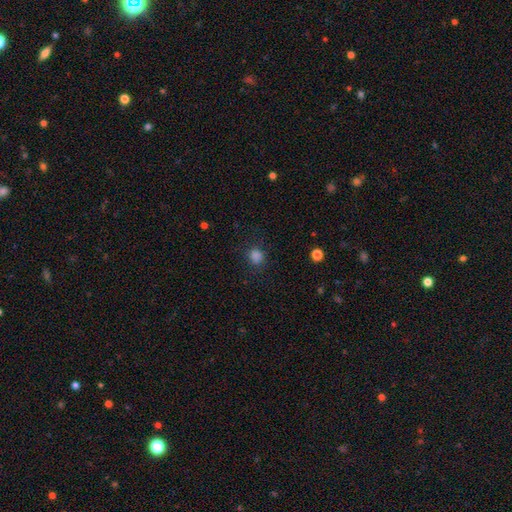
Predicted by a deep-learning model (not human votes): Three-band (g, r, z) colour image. It shows a smooth galaxy with no disk features (81%) that is round (77%). Merging: none (80%).